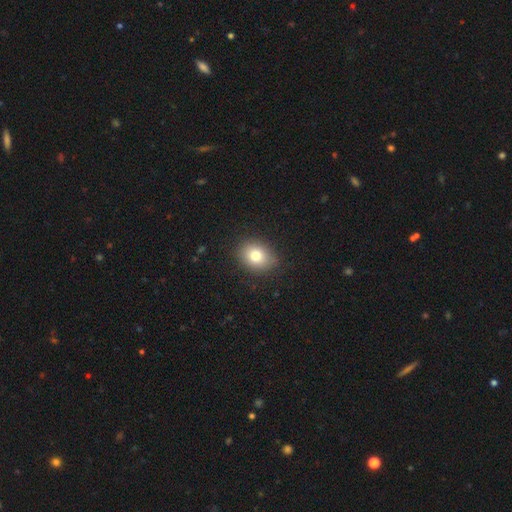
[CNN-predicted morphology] Overall: smooth (80%). How rounded: in between (57%; round 42%). Merging: none (85%).